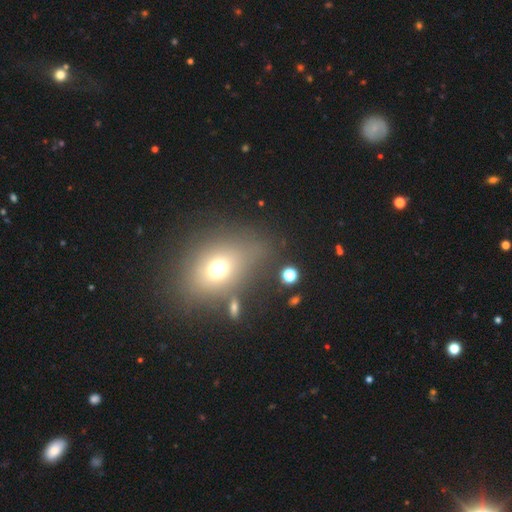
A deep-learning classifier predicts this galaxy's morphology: This is likely a smooth galaxy (61%). How rounded: possibly in between (58%). Merging: likely none (68%).